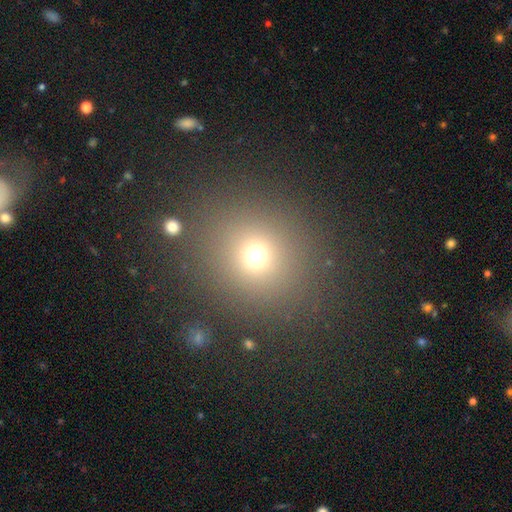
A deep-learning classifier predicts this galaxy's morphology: smooth-or-featured: smooth: 70% | star or artifact: 22% | featured or disk: 9%
  how-rounded: round: 84% | in between: 15% | cigar-shaped: 1%
  merging: none: 85% | minor disturbance: 8% | major disturbance: 4% | merger: 3%